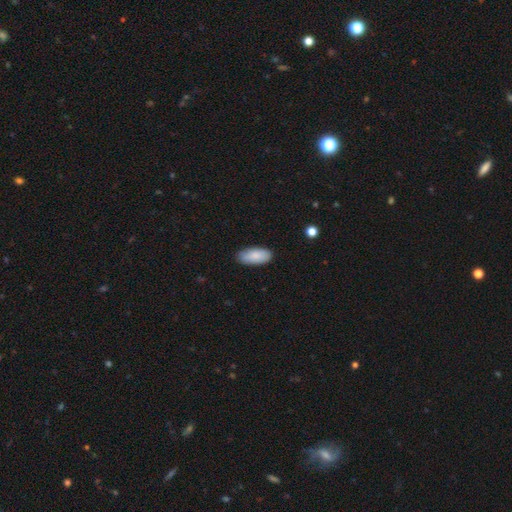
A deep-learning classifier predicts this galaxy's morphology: Smooth or featured: smooth — 86% (featured or disk — 8%)
How rounded: in between — 90% (cigar-shaped — 8%)
Merging: none — 84% (minor disturbance — 13%)